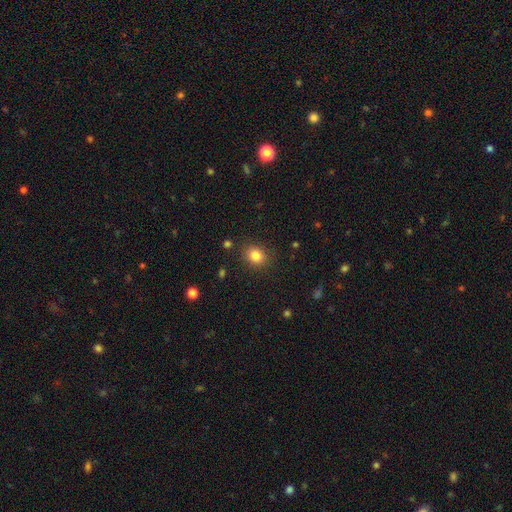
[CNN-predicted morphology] The model was most divided on "how rounded": round: 61%, in between: 38%, cigar-shaped: 1%. More confident: merging — none (87%); smooth or featured — smooth (83%).